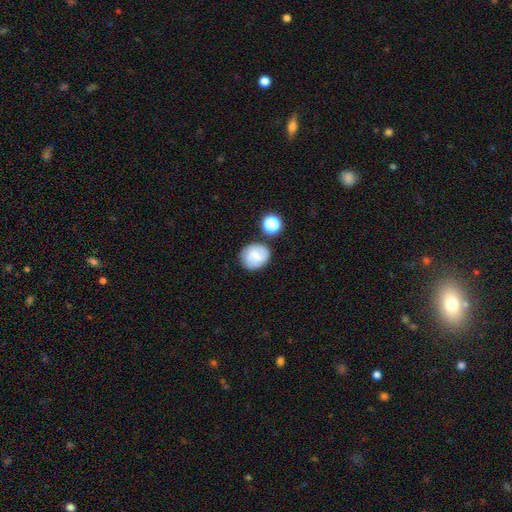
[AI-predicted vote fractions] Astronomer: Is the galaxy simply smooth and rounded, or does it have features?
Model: smooth — 61%.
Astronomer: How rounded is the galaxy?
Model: round — 75%.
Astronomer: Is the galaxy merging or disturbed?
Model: none — 74%.